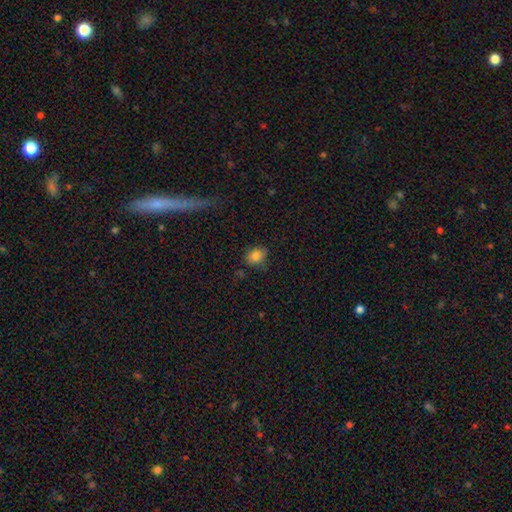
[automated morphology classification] A smooth galaxy with no disk features (83%) that is in between round and cigar-shaped (55%).

Vote fractions:
- Smooth or featured? smooth: 83% / star or artifact: 11% / featured or disk: 6%
- How rounded? in between: 55% / round: 44% / cigar-shaped: 1%
- Merging? none: 78% / minor disturbance: 16% / major disturbance: 4% / merger: 2%